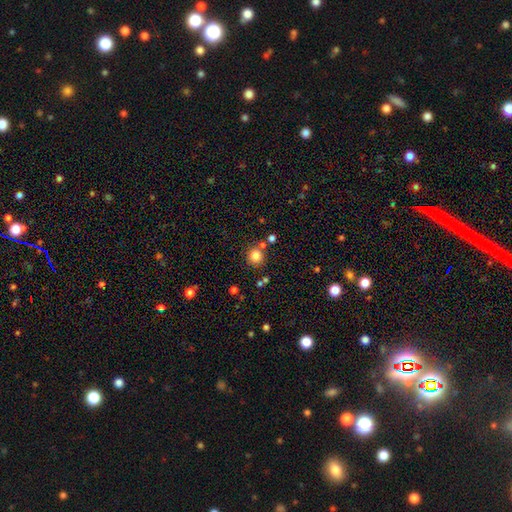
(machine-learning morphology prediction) smooth 82%, star or artifact 12%, featured or disk 6%. Down the decision tree: how rounded — round (93%); merging — none (80%).